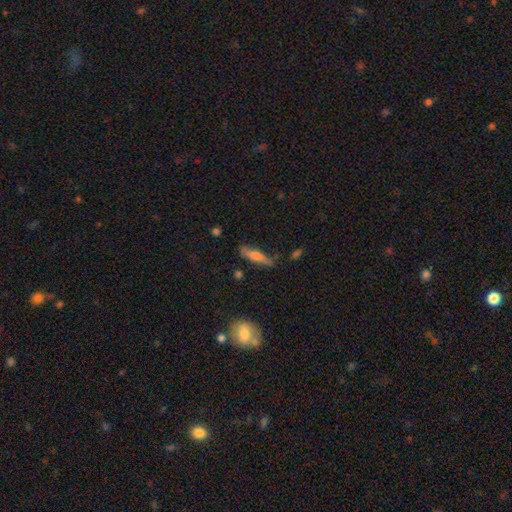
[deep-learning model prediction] Smooth or featured: smooth — 61% (featured or disk — 32%)
How rounded: cigar-shaped — 73% (in between — 24%)
Merging: none — 74% (minor disturbance — 18%)